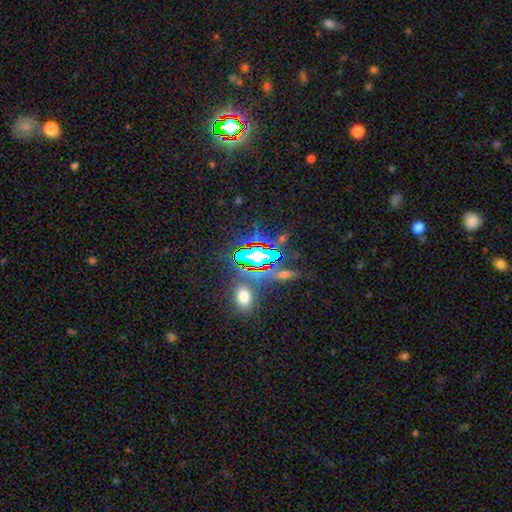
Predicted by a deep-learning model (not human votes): A star or artifact, not a galaxy (68%).

Vote fractions:
- Smooth or featured? star or artifact: 68% / smooth: 20% / featured or disk: 12%